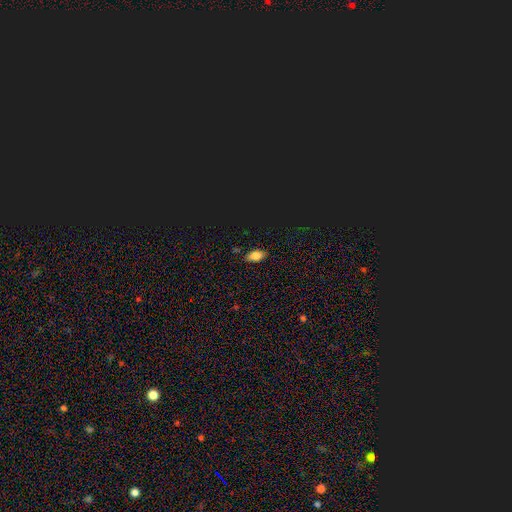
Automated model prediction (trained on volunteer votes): This appears to be a smooth galaxy with no disk features (79%) that is in between round and cigar-shaped (90%). Merging: none (85%).